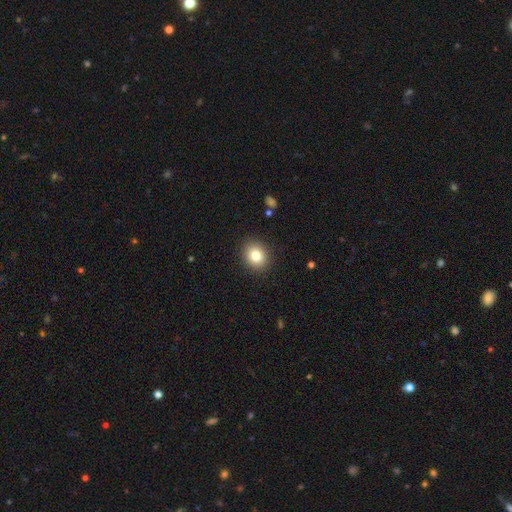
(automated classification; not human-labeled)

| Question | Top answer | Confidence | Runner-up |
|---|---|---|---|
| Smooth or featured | smooth | 83% | star or artifact (10%) |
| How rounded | round | 70% | in between (29%) |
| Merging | none | 90% | minor disturbance (7%) |